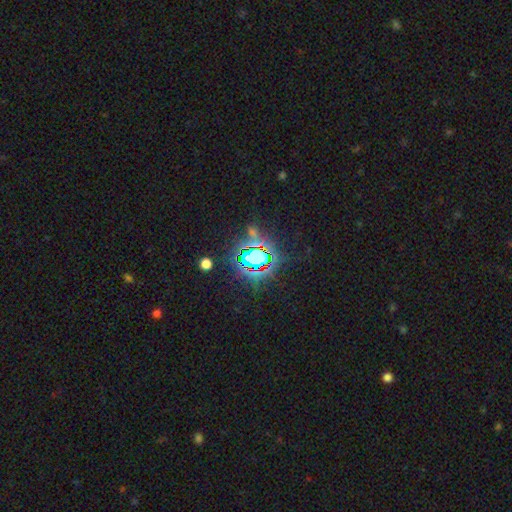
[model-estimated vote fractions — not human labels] A star or artifact, not a galaxy (82%).